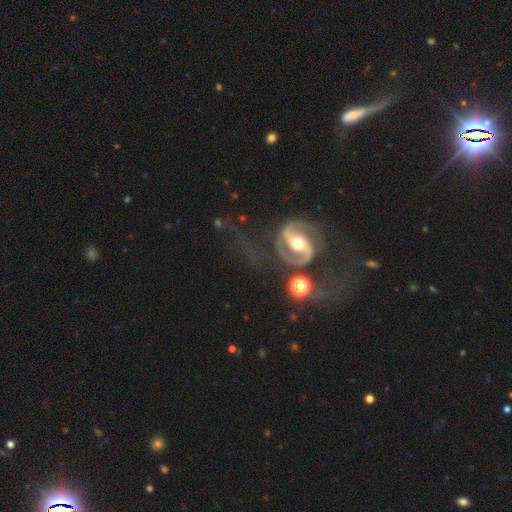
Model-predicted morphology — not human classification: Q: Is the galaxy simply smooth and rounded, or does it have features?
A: featured or disk — 63%.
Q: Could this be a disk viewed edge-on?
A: no — 93%.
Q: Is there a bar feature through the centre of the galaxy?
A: no — 58%.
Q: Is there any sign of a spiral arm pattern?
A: yes — 62%.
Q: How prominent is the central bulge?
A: moderate — 53%.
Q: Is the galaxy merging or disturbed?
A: merger — 35%.